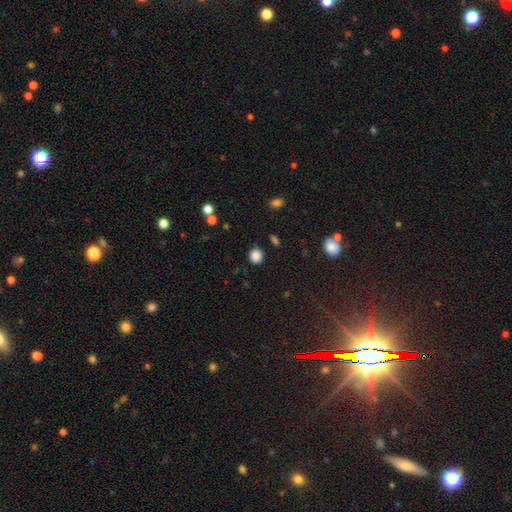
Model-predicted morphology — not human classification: A smooth galaxy with no disk features (85%) that is round (86%).

Vote fractions:
- Smooth or featured? smooth: 85% / star or artifact: 11% / featured or disk: 3%
- How rounded? round: 86% / in between: 13% / cigar-shaped: 1%
- Merging? none: 87% / minor disturbance: 9% / major disturbance: 3% / merger: 2%